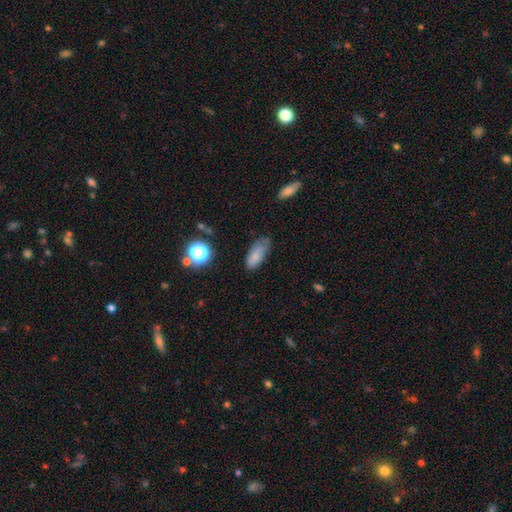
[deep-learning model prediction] Smooth or featured: smooth — 74% (featured or disk — 15%)
How rounded: in between — 80% (cigar-shaped — 15%)
Merging: none — 53% (minor disturbance — 33%)